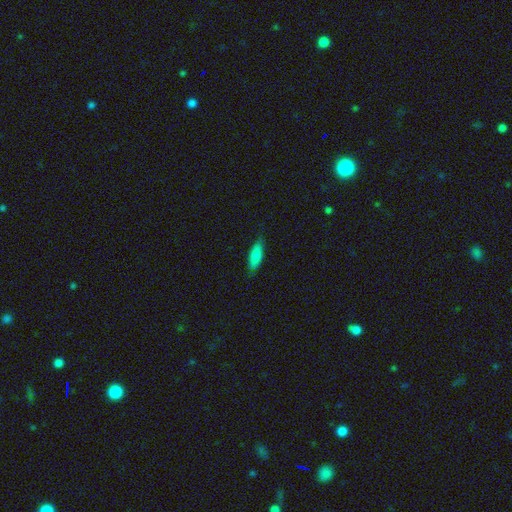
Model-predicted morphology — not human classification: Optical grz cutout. It shows a smooth galaxy with no disk features (84%) that is in between round and cigar-shaped (61%). Merging: none (82%).